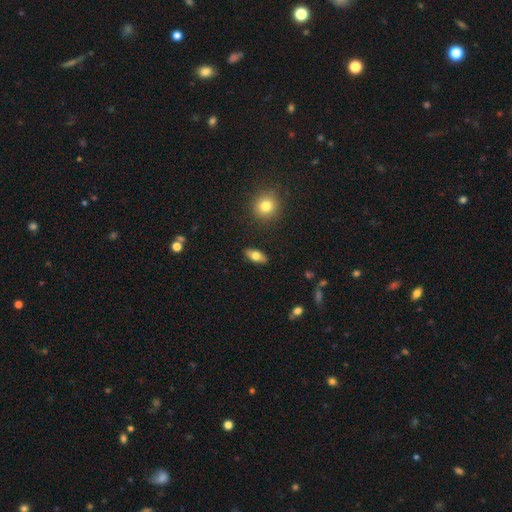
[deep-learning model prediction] Overall: smooth (66%; featured or disk 27%). How rounded: in between (81%). Merging: none (88%).